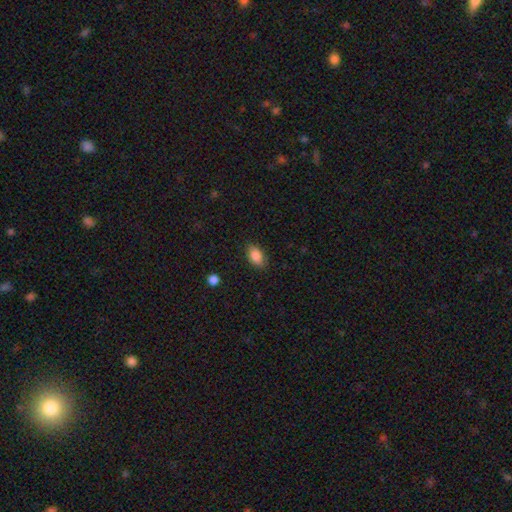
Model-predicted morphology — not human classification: smooth 87%, star or artifact 8%, featured or disk 5%. Down the decision tree: how rounded — in between (90%); merging — none (85%).